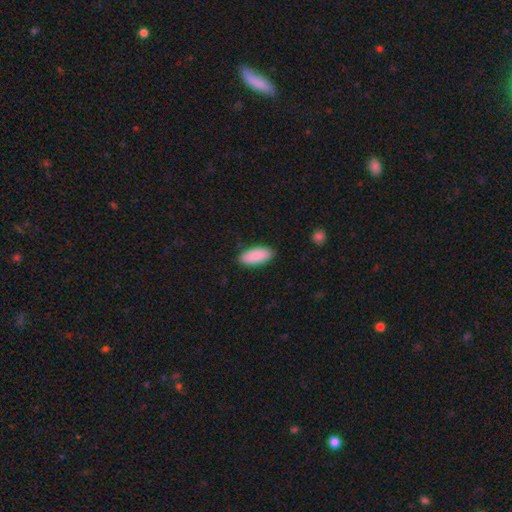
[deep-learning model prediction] This appears to be a smooth galaxy with no disk features (90%) that is in between round and cigar-shaped (90%). Merging: none (87%).